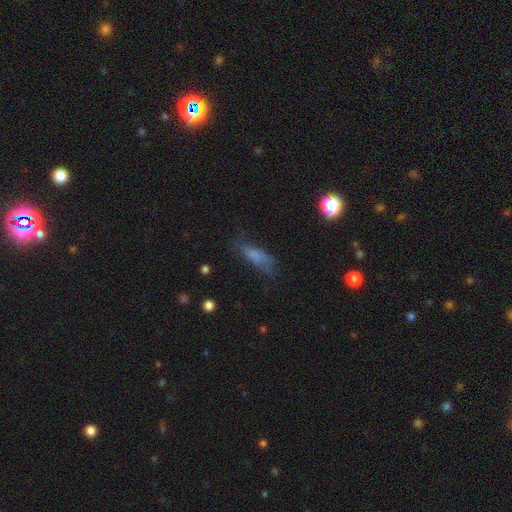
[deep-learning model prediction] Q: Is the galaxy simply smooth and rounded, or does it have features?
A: smooth — 63%.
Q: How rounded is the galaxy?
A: in between — 59%.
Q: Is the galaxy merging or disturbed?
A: none — 56%.